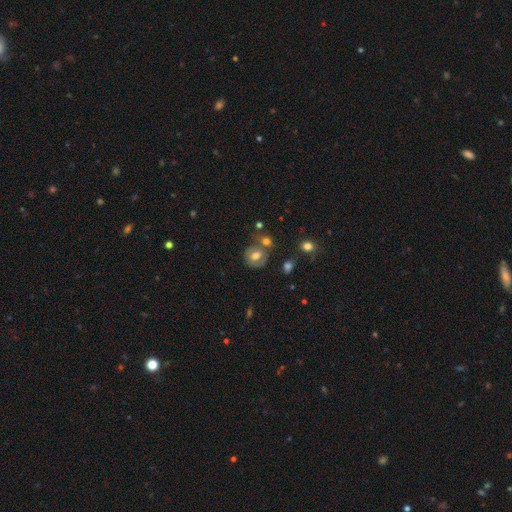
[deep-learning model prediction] smooth 58%, featured or disk 32%, star or artifact 10%. Down the decision tree: how rounded — round (70%); merging — none (56%).